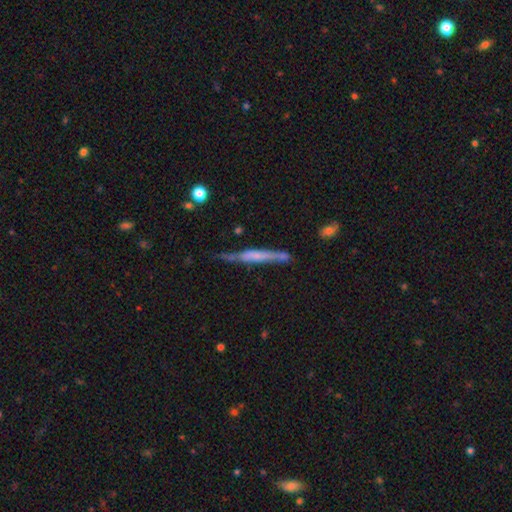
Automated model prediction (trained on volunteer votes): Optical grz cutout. It shows a featured or disk galaxy (54%) viewed edge-on (91%). Merging: none (59%).